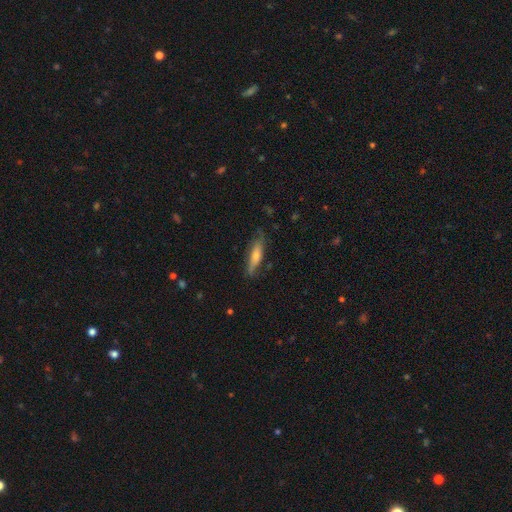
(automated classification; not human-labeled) Smooth or featured? smooth (48%)
Merging? none (73%)